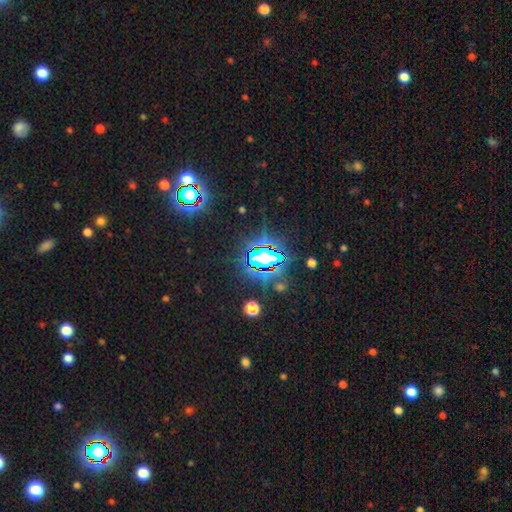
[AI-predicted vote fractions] Q: Smooth or featured?
A: star or artifact (79%); runner-up: smooth (13%)